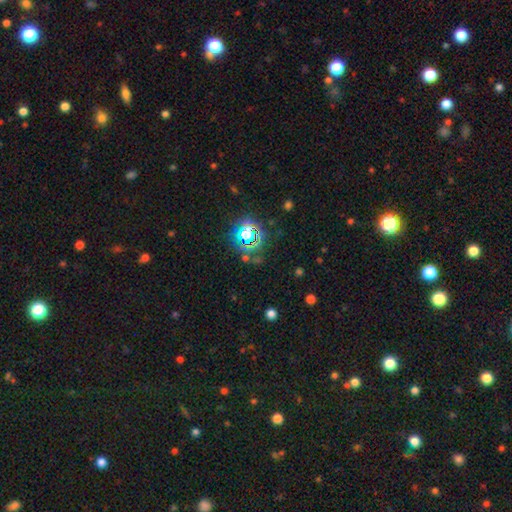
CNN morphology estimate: type=star or artifact (75%).